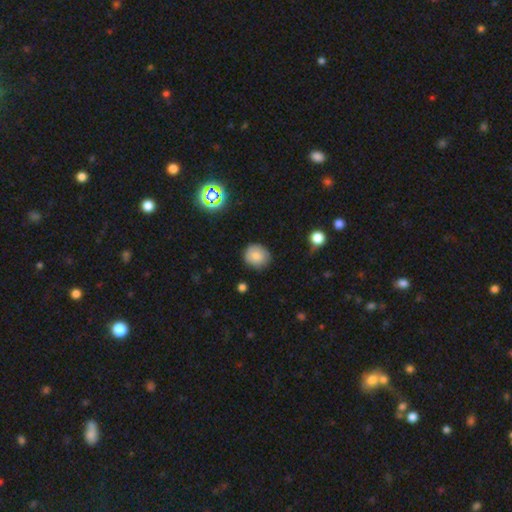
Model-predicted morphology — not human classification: Smooth or featured? Predicted: smooth (p=0.81). How rounded? Predicted: round (p=0.86). Merging? Predicted: none (p=0.82).